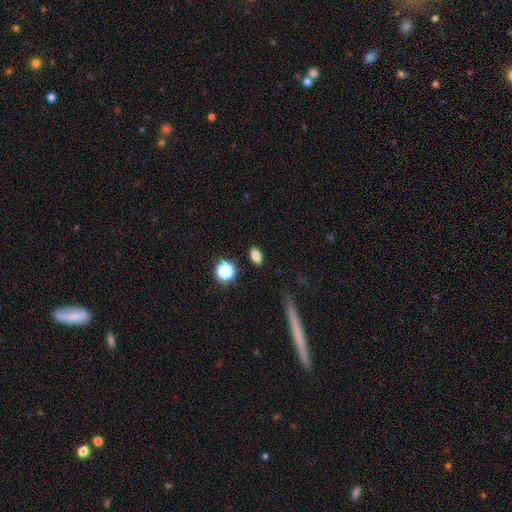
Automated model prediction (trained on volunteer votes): Smooth or featured?
  - smooth: 80% *
  - star or artifact: 13%
  - featured or disk: 8%
How rounded?
  - in between: 84% *
  - round: 12%
  - cigar-shaped: 4%
Merging?
  - none: 88% *
  - minor disturbance: 8%
  - major disturbance: 2%
  - merger: 2%